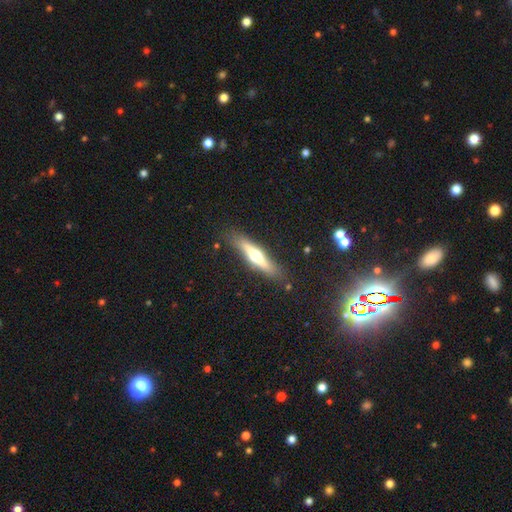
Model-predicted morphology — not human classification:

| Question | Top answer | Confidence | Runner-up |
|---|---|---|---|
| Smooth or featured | featured or disk | 59% | smooth (35%) |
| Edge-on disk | yes | 93% | no (7%) |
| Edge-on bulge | rounded | 93% | none (4%) |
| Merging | none | 84% | minor disturbance (11%) |